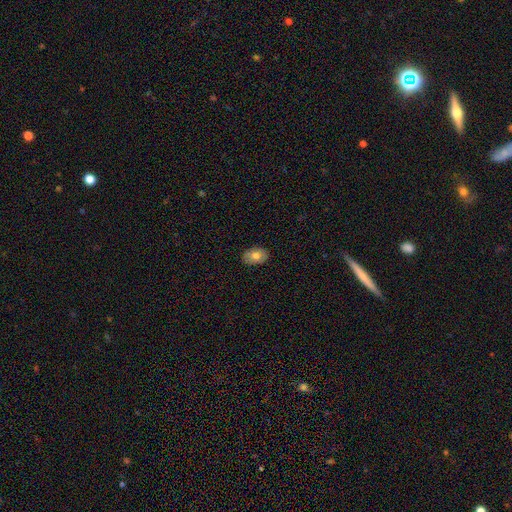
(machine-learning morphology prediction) Smooth or featured: smooth — 74% (featured or disk — 19%)
How rounded: in between — 86% (round — 13%)
Merging: none — 87% (minor disturbance — 10%)